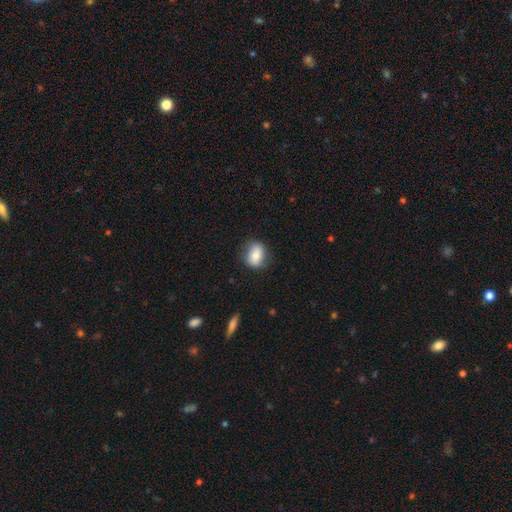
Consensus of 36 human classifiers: Overall: smooth (78%). How rounded: in between (75%). Merging: none (86%).